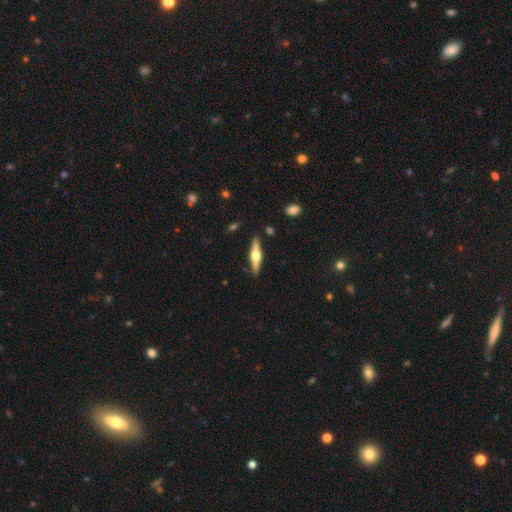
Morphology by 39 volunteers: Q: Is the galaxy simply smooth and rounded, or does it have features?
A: featured or disk — 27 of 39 (69%).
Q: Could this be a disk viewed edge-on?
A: yes — 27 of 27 (100%).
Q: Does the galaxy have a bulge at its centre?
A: rounded — 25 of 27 (93%).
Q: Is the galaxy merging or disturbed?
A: none — 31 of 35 (89%).